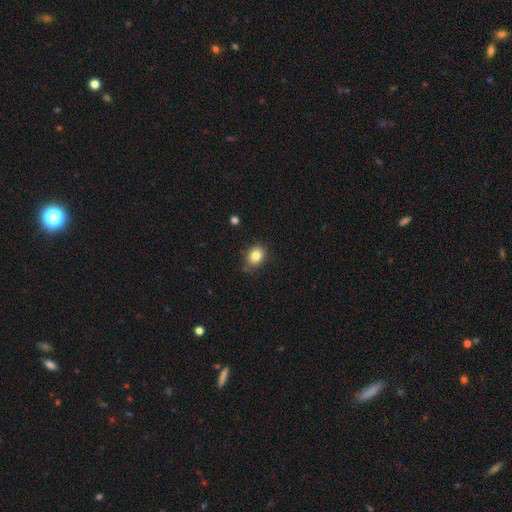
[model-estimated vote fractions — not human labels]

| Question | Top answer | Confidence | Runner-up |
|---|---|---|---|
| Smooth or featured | smooth | 83% | star or artifact (10%) |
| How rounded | round | 50% | in between (49%) |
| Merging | none | 79% | minor disturbance (16%) |